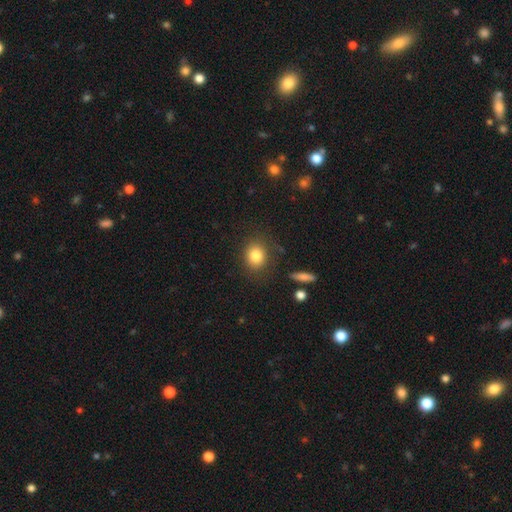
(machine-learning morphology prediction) type=smooth (83%); roundness=round (67%); merging=none (82%).